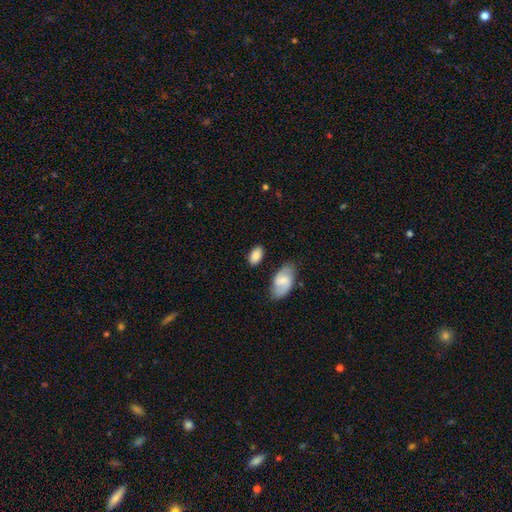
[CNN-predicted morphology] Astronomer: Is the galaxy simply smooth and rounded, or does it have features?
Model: smooth — 83%.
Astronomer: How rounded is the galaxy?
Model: in between — 92%.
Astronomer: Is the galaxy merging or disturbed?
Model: none — 78%.